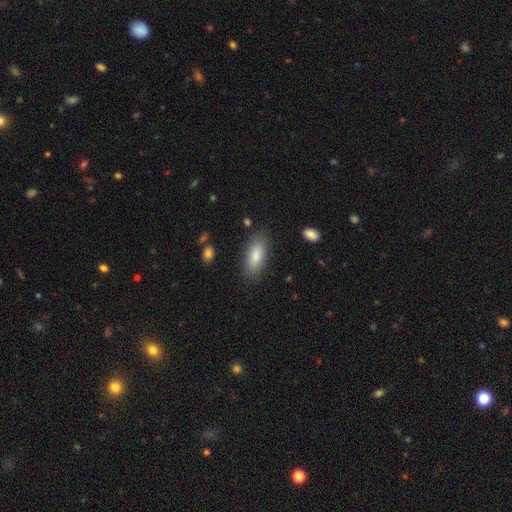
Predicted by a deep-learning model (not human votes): smooth 83%, featured or disk 10%, star or artifact 6%. Down the decision tree: how rounded — in between (82%); merging — none (84%).